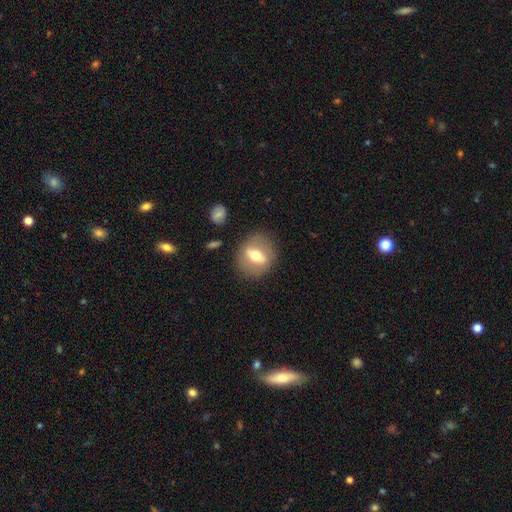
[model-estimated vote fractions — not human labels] This appears to be a featured or disk galaxy (47%). Merging: none (83%).